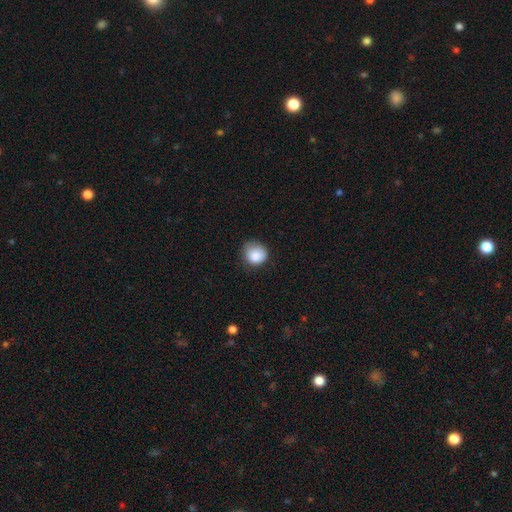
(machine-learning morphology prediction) smooth 85%, star or artifact 9%, featured or disk 6%. Down the decision tree: how rounded — round (82%); merging — none (62%).